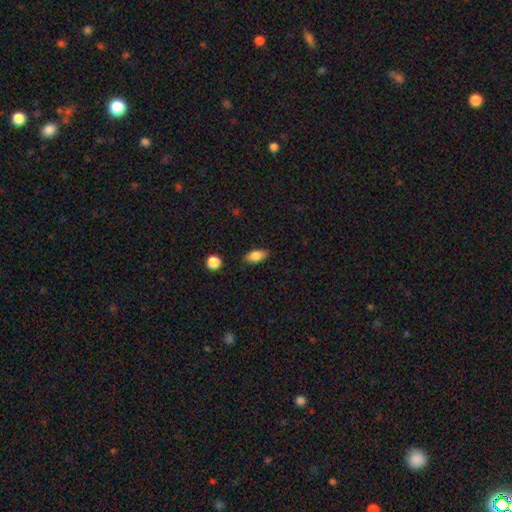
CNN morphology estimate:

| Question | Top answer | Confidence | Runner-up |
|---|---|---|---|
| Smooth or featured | smooth | 80% | featured or disk (12%) |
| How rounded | in between | 86% | cigar-shaped (9%) |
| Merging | none | 85% | minor disturbance (11%) |